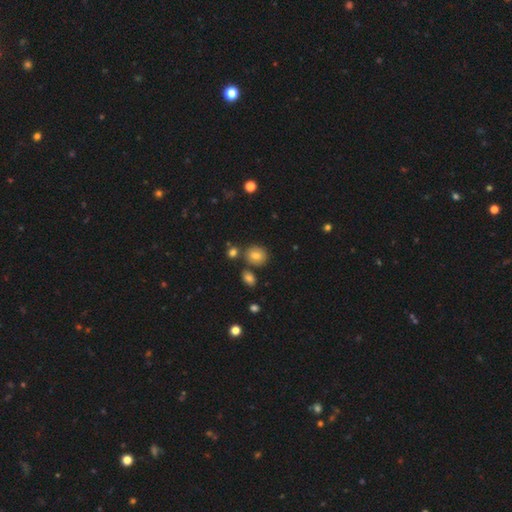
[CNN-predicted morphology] Smooth or featured? smooth (78%)
How rounded? round (72%)
Merging? none (77%)